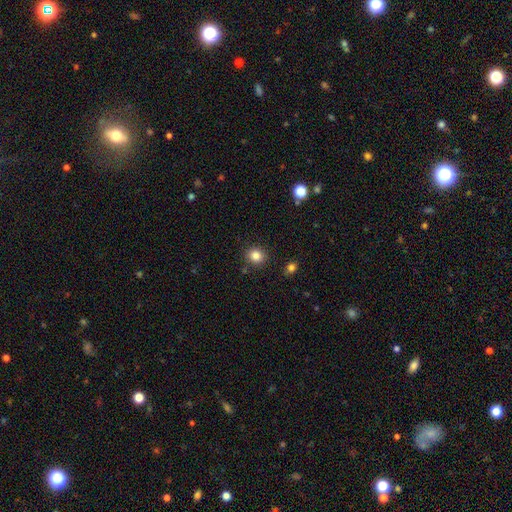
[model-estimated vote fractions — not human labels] smooth-or-featured: smooth: 84% | star or artifact: 11% | featured or disk: 5%
  how-rounded: round: 85% | in between: 15% | cigar-shaped: 1%
  merging: none: 87% | minor disturbance: 8% | merger: 3% | major disturbance: 2%